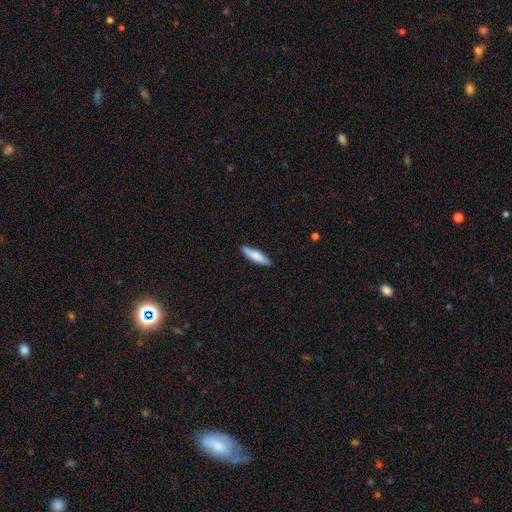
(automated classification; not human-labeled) smooth-or-featured: smooth: 80% | featured or disk: 15% | star or artifact: 5%
  how-rounded: cigar-shaped: 72% | in between: 26% | round: 1%
  merging: none: 88% | minor disturbance: 9% | major disturbance: 2% | merger: 1%